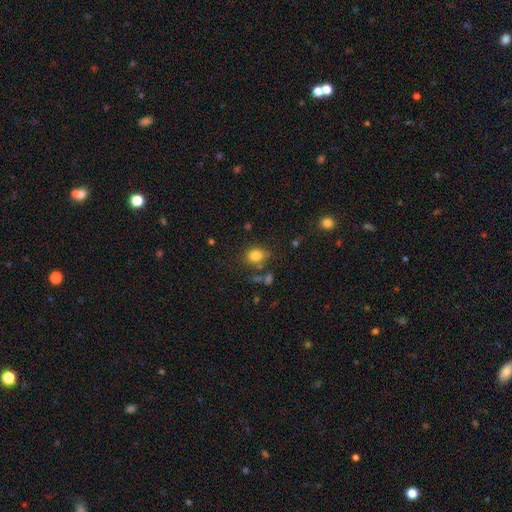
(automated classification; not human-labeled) This is clearly a smooth galaxy (81%). How rounded: possibly round (50%). Merging: likely none (74%).